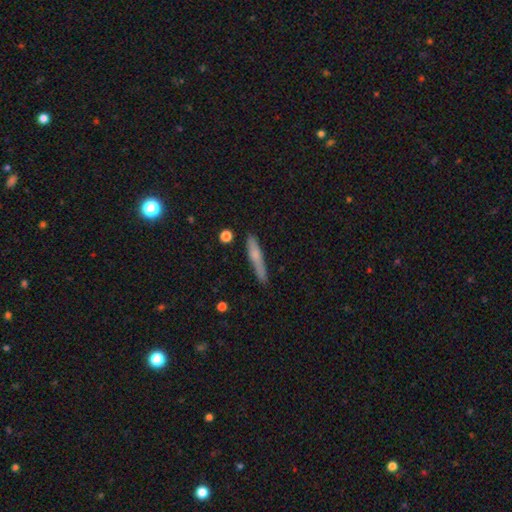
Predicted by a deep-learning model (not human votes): The model was most divided on "smooth or featured": smooth: 64%, featured or disk: 29%, star or artifact: 7%. More confident: how rounded — cigar-shaped (93%); merging — none (83%).